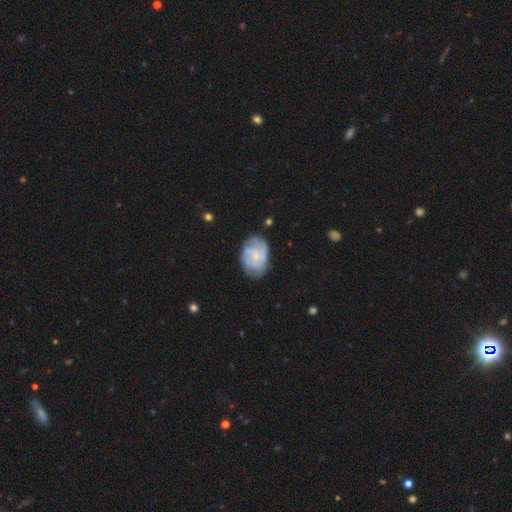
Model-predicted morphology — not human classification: Smooth or featured? Predicted: featured or disk (p=0.65). Edge-on disk? Predicted: no (p=0.98). Bar? Predicted: no (p=0.72). Spiral arms? Predicted: yes (p=0.86). Spiral winding? Predicted: tight (p=0.45). Spiral arm count? Predicted: can't tell (p=0.39). Bulge size? Predicted: small (p=0.68). Merging? Predicted: none (p=0.68).